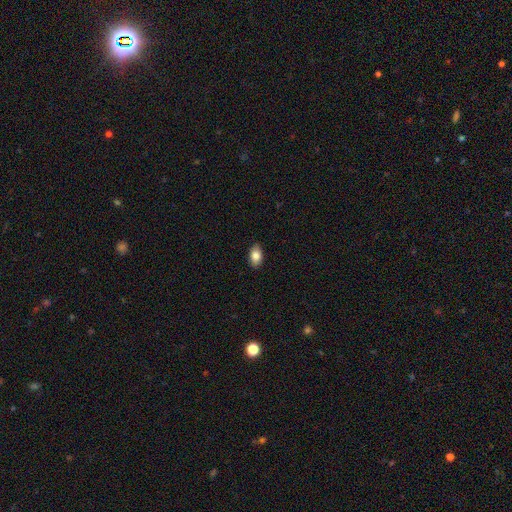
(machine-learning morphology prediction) smooth-or-featured: smooth: 84% | featured or disk: 9% | star or artifact: 7%
  how-rounded: in between: 91% | round: 7% | cigar-shaped: 2%
  merging: none: 88% | minor disturbance: 9% | major disturbance: 2% | merger: 1%